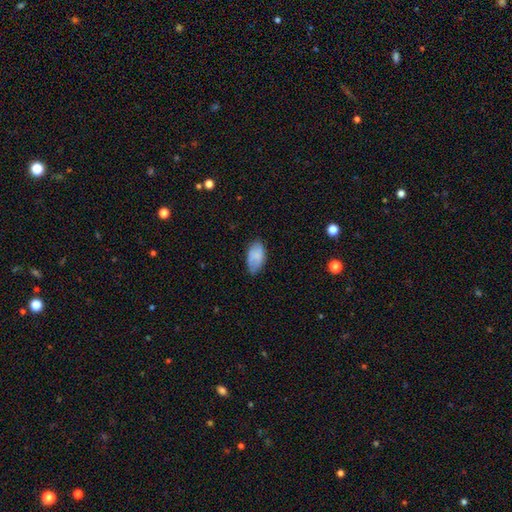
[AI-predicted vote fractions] A smooth galaxy with no disk features (75%) that is in between round and cigar-shaped (94%).

Vote fractions:
- Smooth or featured? smooth: 75% / featured or disk: 17% / star or artifact: 8%
- How rounded? in between: 94% / round: 4% / cigar-shaped: 2%
- Merging? none: 70% / minor disturbance: 24% / major disturbance: 5% / merger: 1%